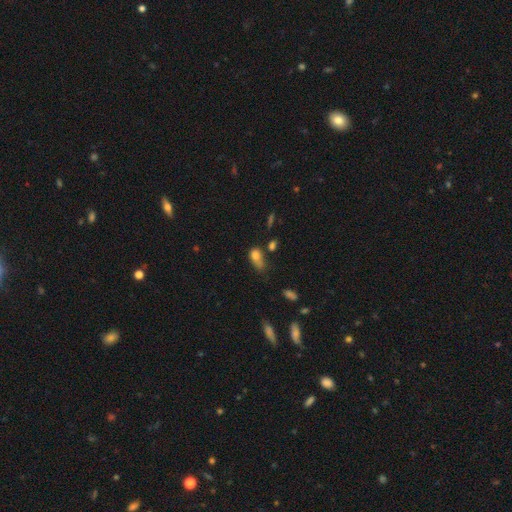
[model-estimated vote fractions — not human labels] Smooth or featured: smooth — 76% (star or artifact — 12%)
How rounded: in between — 75% (round — 20%)
Merging: minor disturbance — 31% (none — 27%)